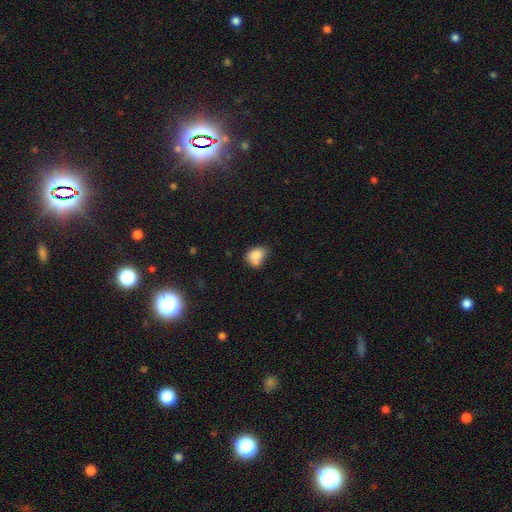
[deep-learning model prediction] smooth_or_featured: smooth (p=0.80) [alt: featured or disk p=0.11]
how_rounded: in between (p=0.63) [alt: round p=0.36]
merging: none (p=0.38) [alt: merger p=0.31]